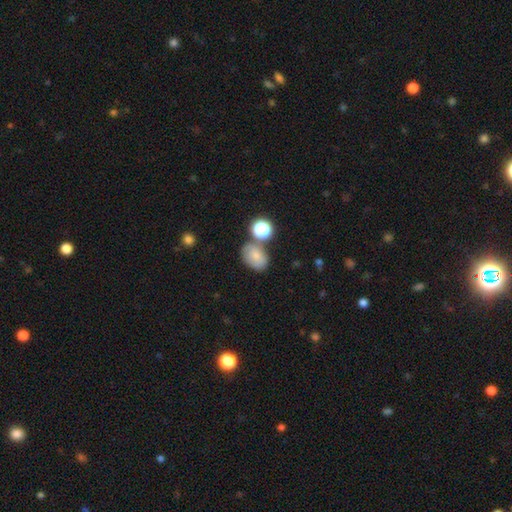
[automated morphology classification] Smooth or featured? Predicted: smooth (p=0.71). How rounded? Predicted: in between (p=0.70). Merging? Predicted: none (p=0.57).